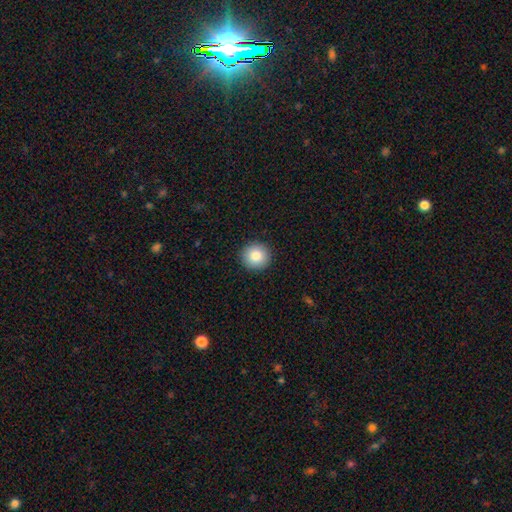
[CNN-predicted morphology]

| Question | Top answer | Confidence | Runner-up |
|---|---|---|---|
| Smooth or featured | smooth | 84% | star or artifact (9%) |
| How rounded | round | 94% | in between (5%) |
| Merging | none | 93% | minor disturbance (5%) |